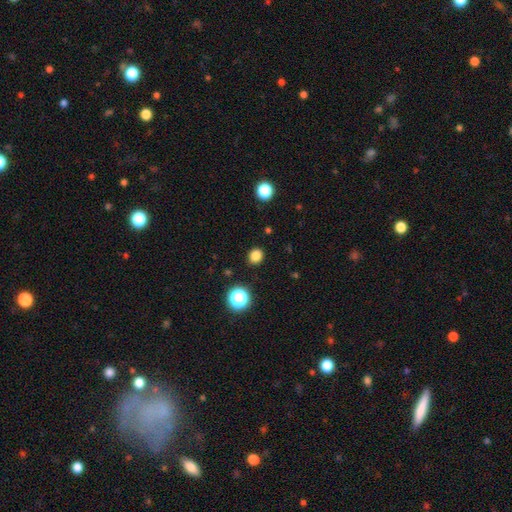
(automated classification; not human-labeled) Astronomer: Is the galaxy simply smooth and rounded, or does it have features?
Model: smooth — 83%.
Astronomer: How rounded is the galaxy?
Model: round — 71%.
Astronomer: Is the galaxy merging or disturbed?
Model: none — 90%.